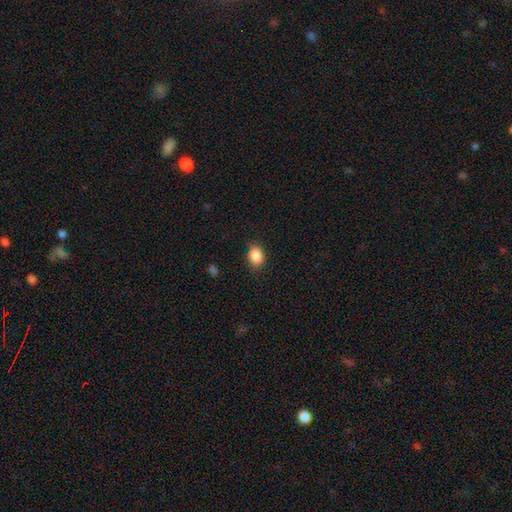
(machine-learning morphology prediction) Smooth or featured: smooth — 88% (star or artifact — 9%)
How rounded: in between — 65% (round — 34%)
Merging: none — 83% (minor disturbance — 13%)